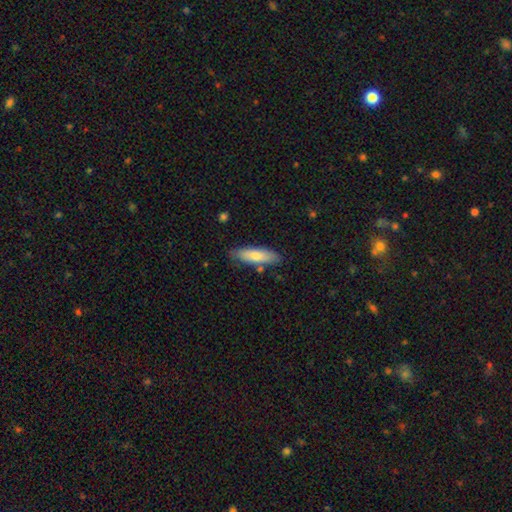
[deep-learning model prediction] smooth_or_featured: smooth (p=0.75) [alt: featured or disk p=0.20]
how_rounded: cigar-shaped (p=0.51) [alt: in between p=0.47]
merging: none (p=0.80) [alt: minor disturbance p=0.14]